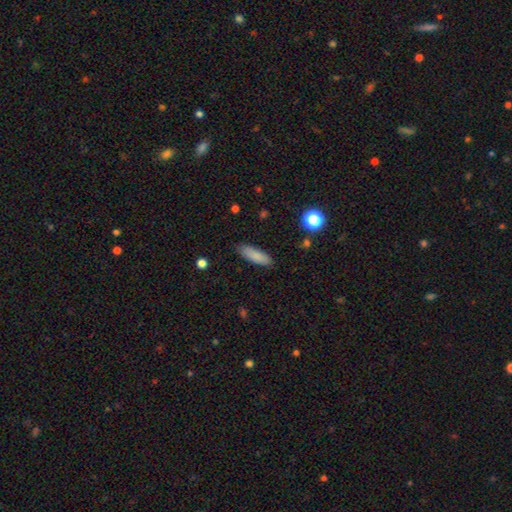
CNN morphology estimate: smooth_or_featured: smooth (p=0.85) [alt: featured or disk p=0.08]
how_rounded: in between (p=0.51) [alt: cigar-shaped p=0.47]
merging: none (p=0.86) [alt: minor disturbance p=0.11]